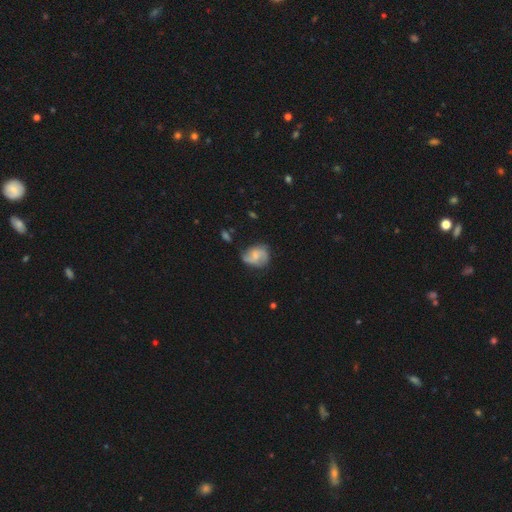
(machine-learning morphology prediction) type=featured or disk (59%); edge-on=no (98%); bar=no (53%); spiral arms=yes (86%); bulge=small (40%); merging=none (55%).